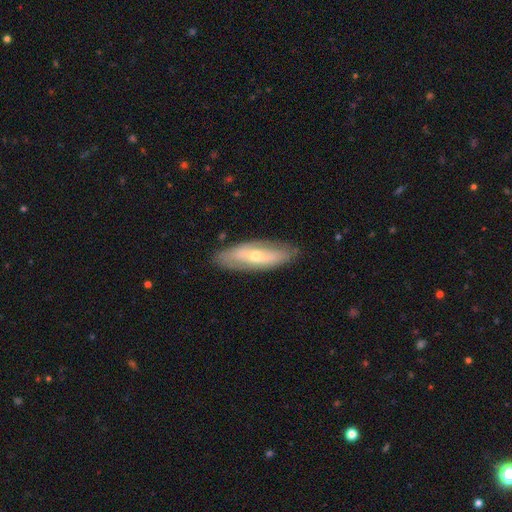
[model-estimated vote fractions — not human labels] Smooth or featured?
  - featured or disk: 53% *
  - smooth: 41%
  - star or artifact: 6%
Edge-on disk?
  - no: 70% *
  - yes: 30%
Merging?
  - none: 82% *
  - minor disturbance: 13%
  - major disturbance: 3%
  - merger: 1%